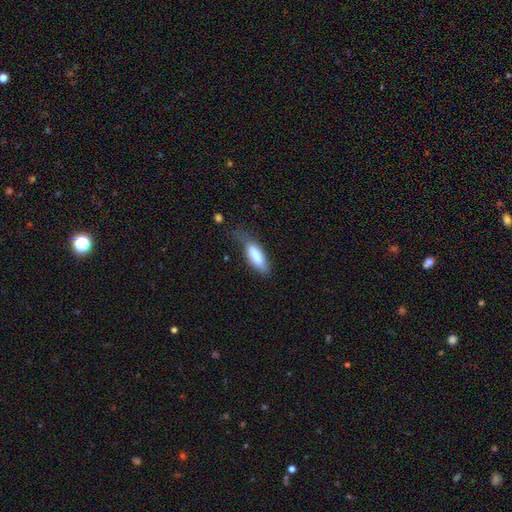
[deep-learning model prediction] Overall: smooth (80%). How rounded: in between (58%; cigar-shaped 40%). Merging: none (41%; minor disturbance 37%).